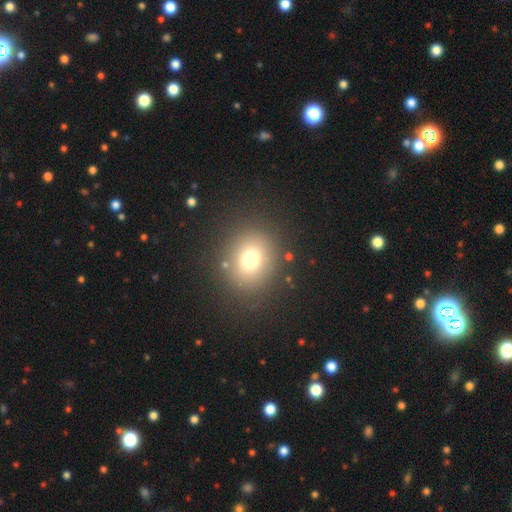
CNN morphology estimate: Overall: smooth (73%). How rounded: round (68%; in between 31%). Merging: none (86%).